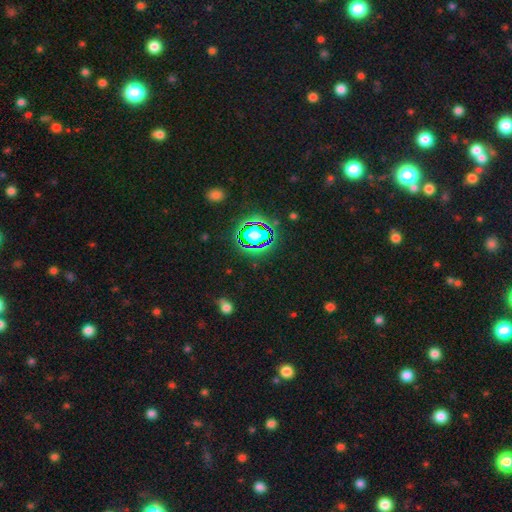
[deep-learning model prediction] Q: Smooth or featured?
A: star or artifact (74%); runner-up: smooth (18%)